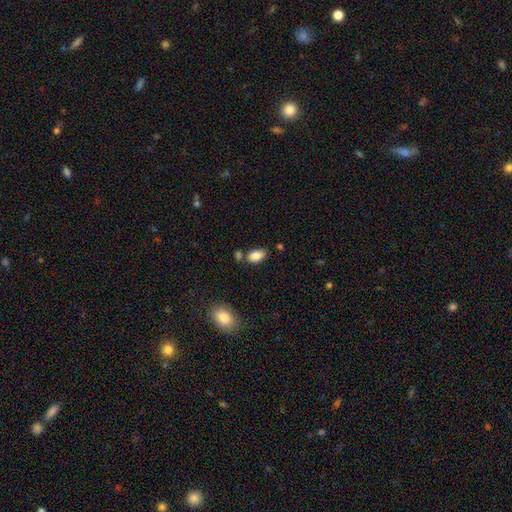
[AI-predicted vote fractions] This is clearly a smooth galaxy (86%). How rounded: clearly in between (91%). Merging: likely none (72%).